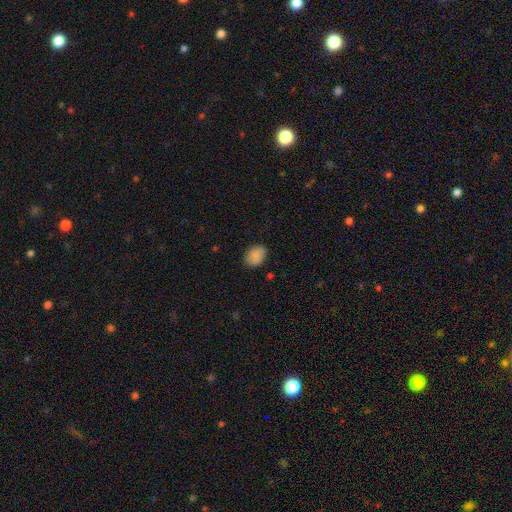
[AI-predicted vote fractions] Overall: smooth (88%). How rounded: in between (71%). Merging: none (84%).